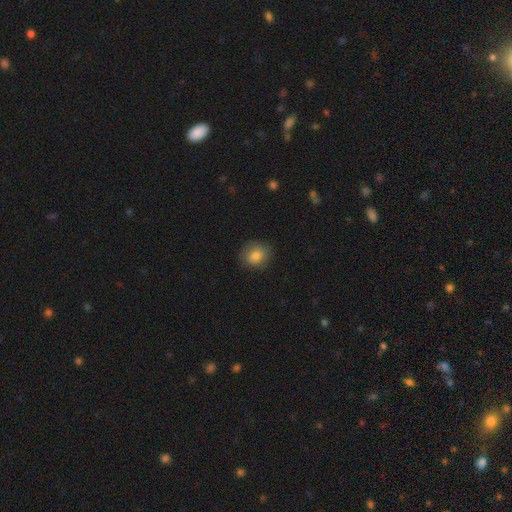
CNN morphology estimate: Smooth or featured? Predicted: smooth (p=0.81). How rounded? Predicted: round (p=0.63). Merging? Predicted: none (p=0.79).